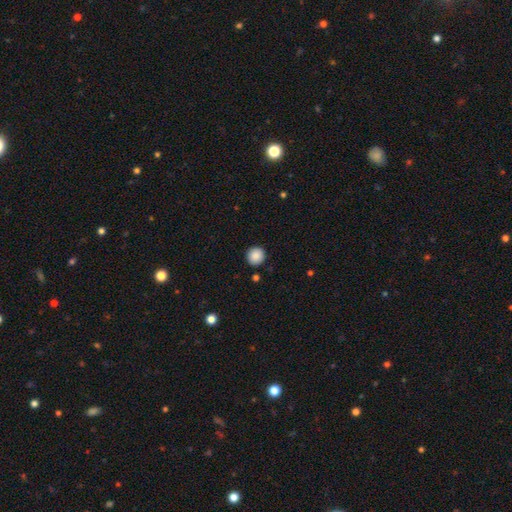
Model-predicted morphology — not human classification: Smooth or featured? smooth (88%)
How rounded? round (94%)
Merging? none (91%)